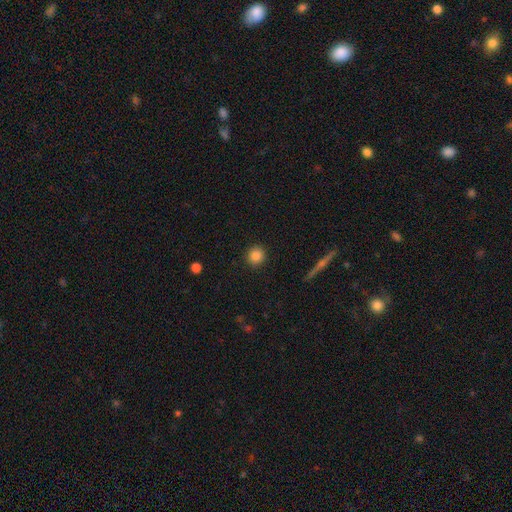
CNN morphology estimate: This is clearly a smooth galaxy (85%). How rounded: clearly round (93%). Merging: clearly none (91%).